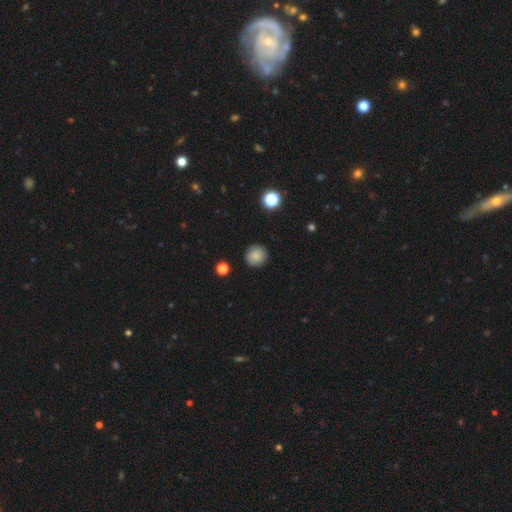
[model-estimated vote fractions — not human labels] A smooth galaxy with no disk features (85%) that is round (93%). Merging: none (90%).